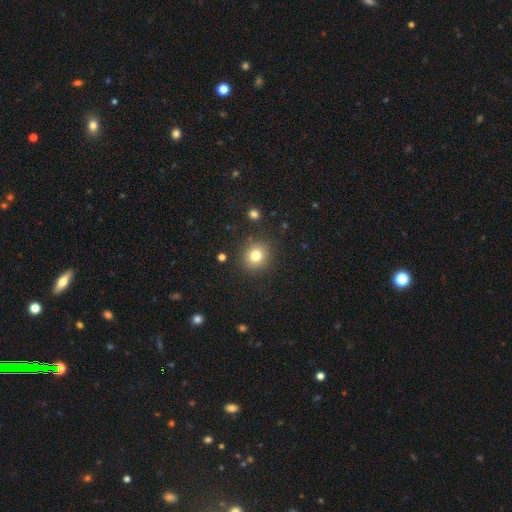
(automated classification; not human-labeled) Smooth or featured?
  - smooth: 80% *
  - star or artifact: 12%
  - featured or disk: 8%
How rounded?
  - round: 84% *
  - in between: 15%
  - cigar-shaped: 1%
Merging?
  - none: 88% *
  - minor disturbance: 7%
  - major disturbance: 3%
  - merger: 2%